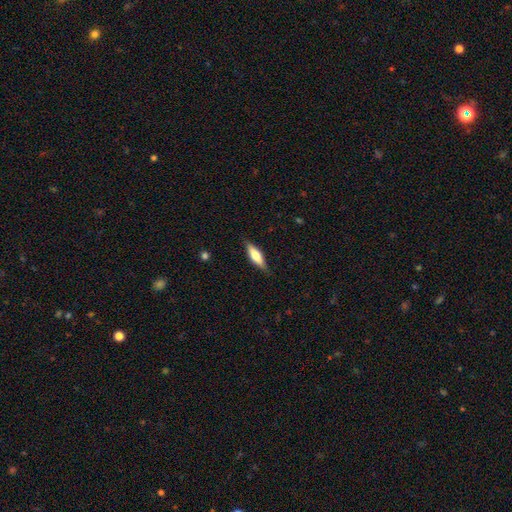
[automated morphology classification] A smooth galaxy with no disk features (56%) that is cigar-shaped (53%). Merging: none (85%).